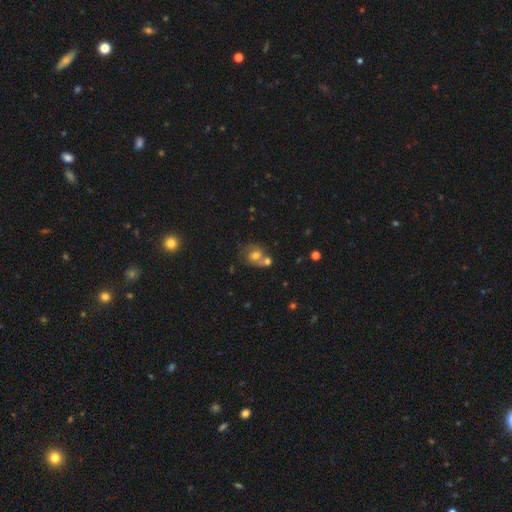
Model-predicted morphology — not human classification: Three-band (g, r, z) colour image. It shows a smooth galaxy with no disk features (53%) that is round (61%). Merging: none (40%).